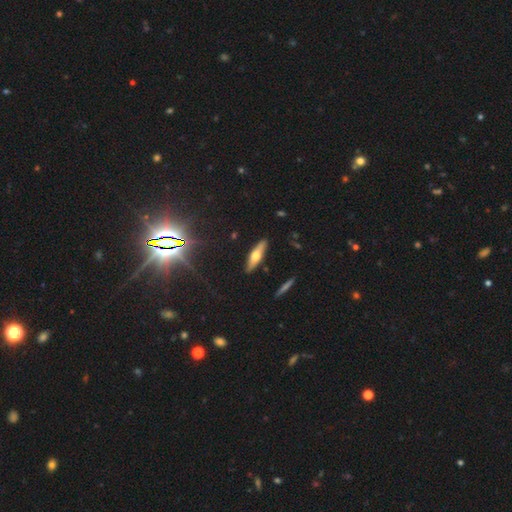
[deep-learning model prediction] Smooth or featured?
  - featured or disk: 46% *
  - smooth: 45%
  - star or artifact: 8%
Merging?
  - none: 88% *
  - minor disturbance: 8%
  - major disturbance: 2%
  - merger: 2%